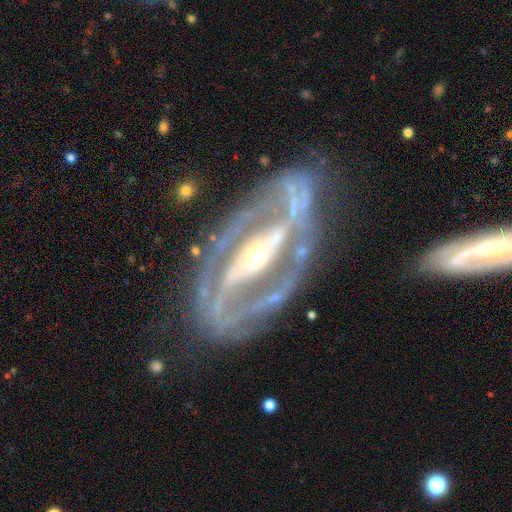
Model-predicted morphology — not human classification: This appears to be a featured or disk galaxy (90%) with a strong bar (63%), 2 (85%) tight (45%) spiral arms (89%) and a moderate central bulge (59%). Merging: none (71%).